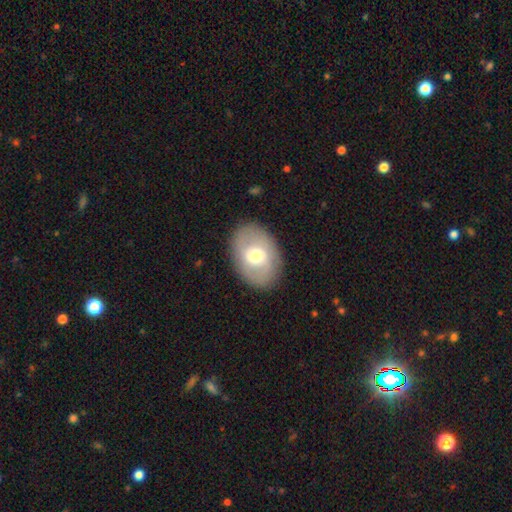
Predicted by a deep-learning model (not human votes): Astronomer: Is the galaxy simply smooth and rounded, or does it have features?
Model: smooth — 52% (runner-up: featured or disk, 41%).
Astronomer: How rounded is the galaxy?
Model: in between — 76%.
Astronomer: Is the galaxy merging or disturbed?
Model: none — 85%.